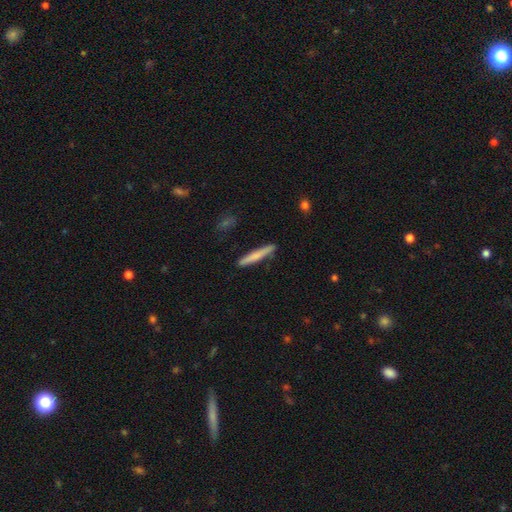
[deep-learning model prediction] smooth 66%, featured or disk 29%, star or artifact 5%. Down the decision tree: how rounded — cigar-shaped (95%); merging — none (89%).